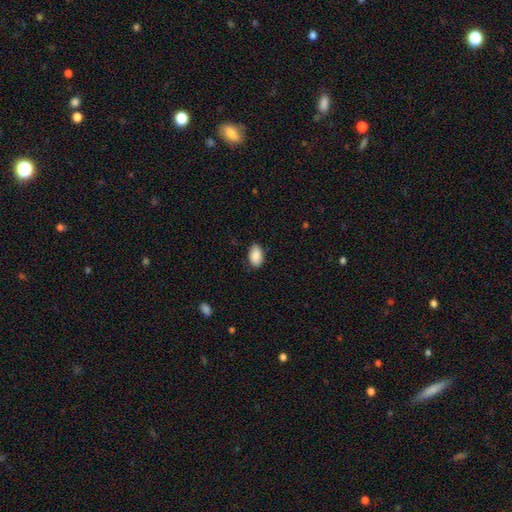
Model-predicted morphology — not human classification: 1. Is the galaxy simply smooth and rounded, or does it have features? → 89% smooth, 6% star or artifact, 4% featured or disk.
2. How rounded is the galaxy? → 93% in between, 6% round, 1% cigar-shaped.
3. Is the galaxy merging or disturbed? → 84% none, 13% minor disturbance, 2% major disturbance, 1% merger.